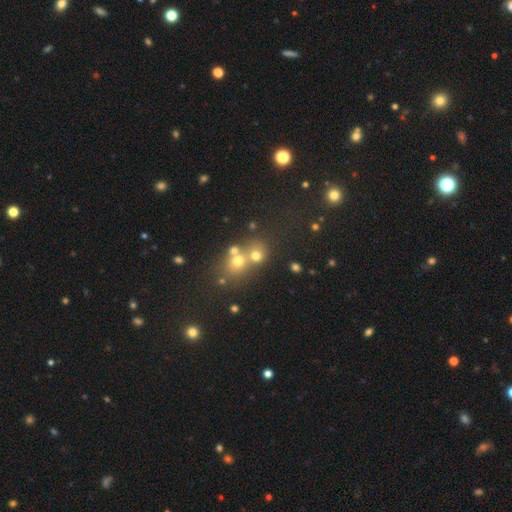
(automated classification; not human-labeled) A smooth galaxy with no disk features (63%) that is round (76%).

Vote fractions:
- Smooth or featured? smooth: 63% / star or artifact: 20% / featured or disk: 16%
- How rounded? round: 76% / in between: 23% / cigar-shaped: 1%
- Merging? merger: 48% / none: 41% / minor disturbance: 7% / major disturbance: 4%